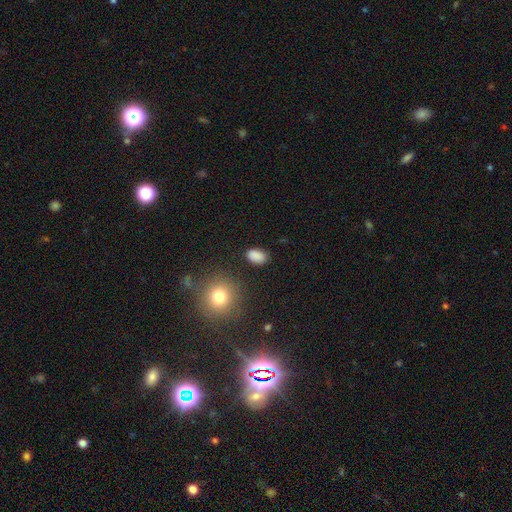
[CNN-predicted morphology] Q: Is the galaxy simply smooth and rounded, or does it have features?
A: smooth — 86%.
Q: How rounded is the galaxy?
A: in between — 86%.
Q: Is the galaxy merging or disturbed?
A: none — 84%.